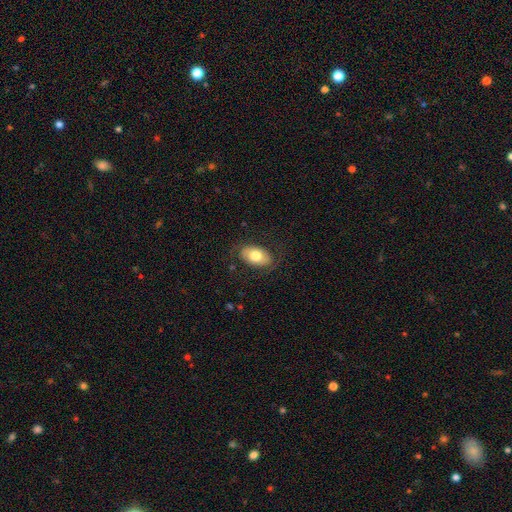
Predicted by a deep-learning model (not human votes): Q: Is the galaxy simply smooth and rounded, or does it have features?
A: smooth — 72%.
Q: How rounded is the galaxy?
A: in between — 91%.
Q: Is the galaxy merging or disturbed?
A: none — 78%.